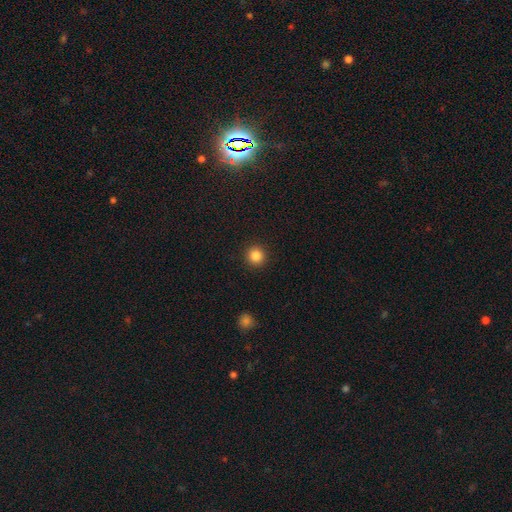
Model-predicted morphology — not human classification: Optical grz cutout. It shows a smooth galaxy with no disk features (86%) that is round (95%). Merging: none (93%).